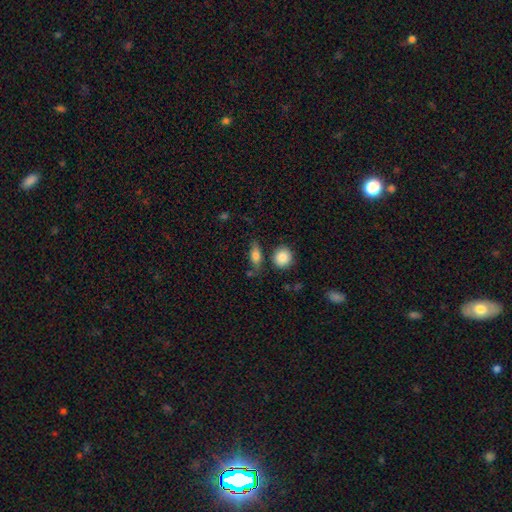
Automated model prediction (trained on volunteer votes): Morphology: type=smooth (76%); roundness=in between (71%); merging=none (69%).